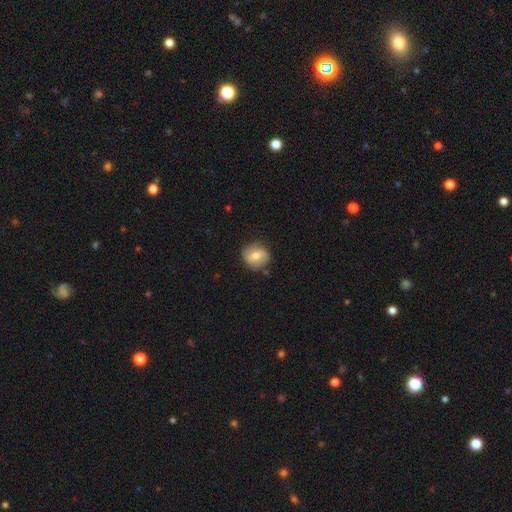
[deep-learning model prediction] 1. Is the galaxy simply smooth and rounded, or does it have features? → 51% smooth, 42% featured or disk, 7% star or artifact.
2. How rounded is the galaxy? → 82% round, 17% in between, 1% cigar-shaped.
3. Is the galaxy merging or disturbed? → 80% none, 14% minor disturbance, 4% major disturbance, 2% merger.